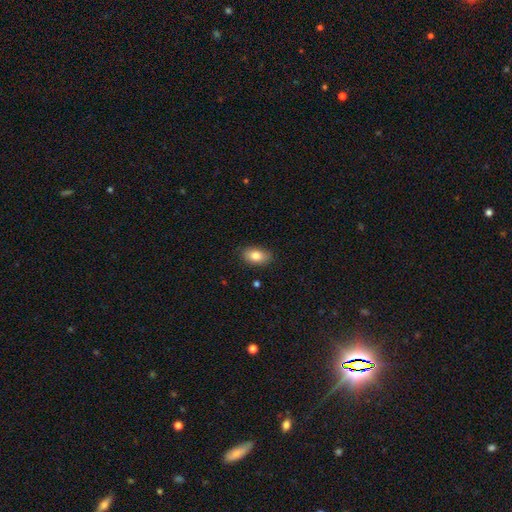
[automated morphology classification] A smooth galaxy with no disk features (83%) that is in between round and cigar-shaped (90%). Merging: none (84%).